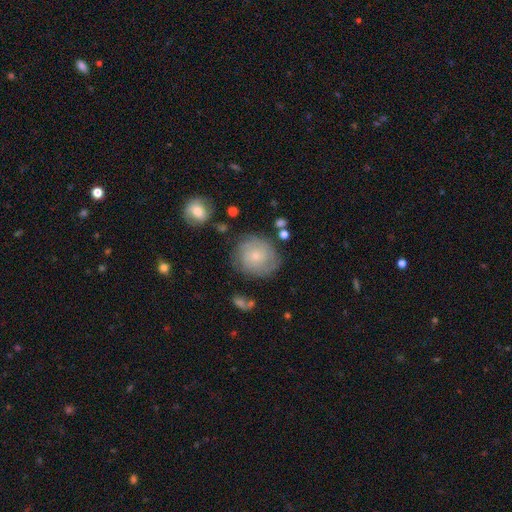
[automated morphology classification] Smooth or featured? featured or disk (51%)
Edge-on disk? no (97%)
Merging? none (74%)